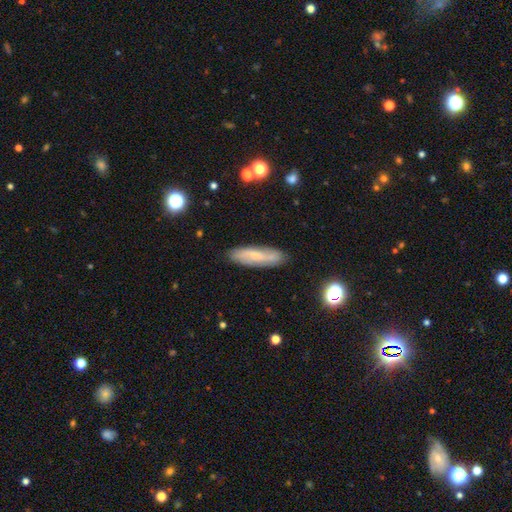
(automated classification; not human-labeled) Smooth or featured?
  - smooth: 49% *
  - featured or disk: 42%
  - star or artifact: 8%
Merging?
  - none: 84% *
  - minor disturbance: 11%
  - major disturbance: 3%
  - merger: 2%